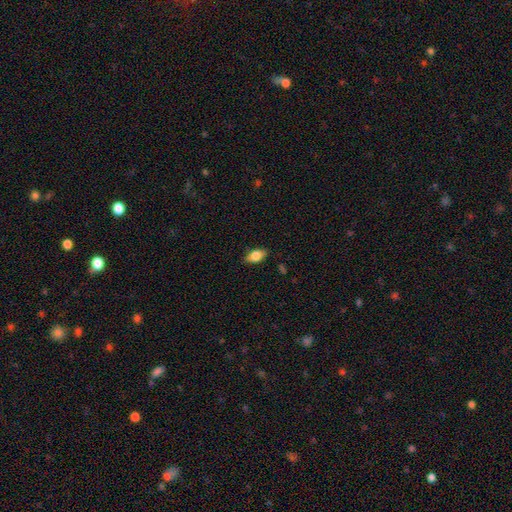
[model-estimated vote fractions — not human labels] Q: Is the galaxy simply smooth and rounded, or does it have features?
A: smooth — 80%.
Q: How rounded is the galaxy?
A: in between — 89%.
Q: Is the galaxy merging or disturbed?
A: none — 86%.